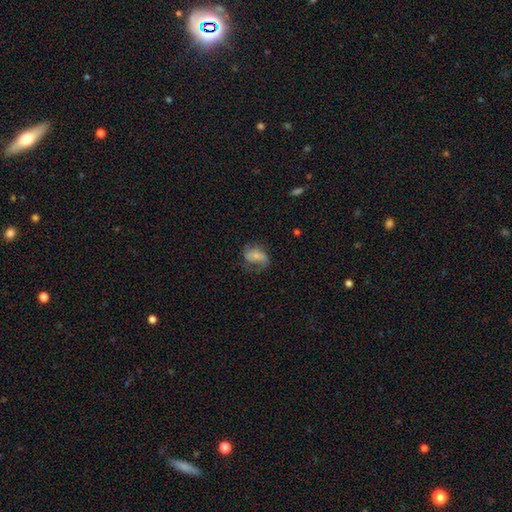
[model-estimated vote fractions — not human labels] A smooth galaxy with no disk features (50%). Merging: none (48%).